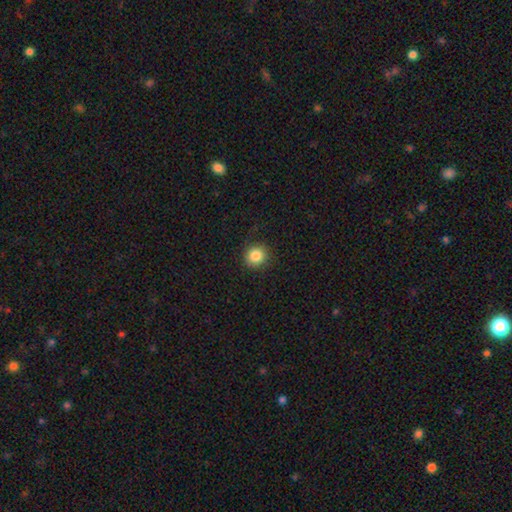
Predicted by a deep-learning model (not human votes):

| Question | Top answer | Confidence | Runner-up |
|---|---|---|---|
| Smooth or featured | smooth | 85% | star or artifact (10%) |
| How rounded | round | 90% | in between (9%) |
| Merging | none | 89% | minor disturbance (8%) |